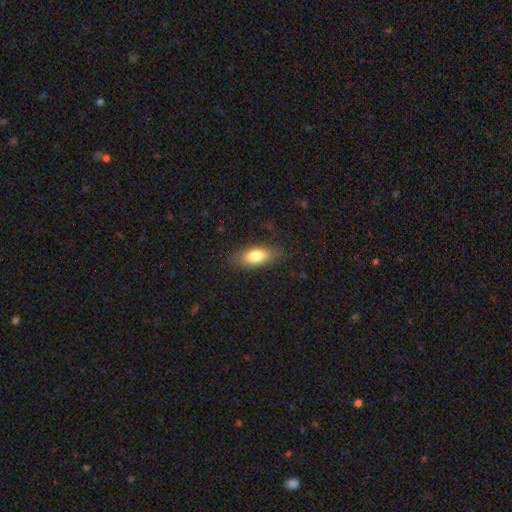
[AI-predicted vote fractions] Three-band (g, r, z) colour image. It shows a smooth galaxy with no disk features (80%) that is in between round and cigar-shaped (84%). Merging: none (79%).